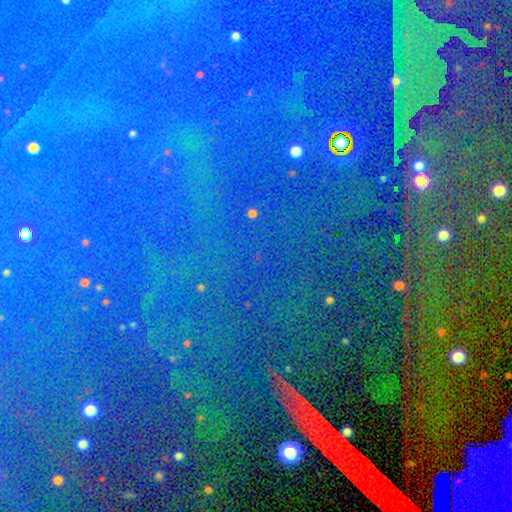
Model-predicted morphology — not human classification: smooth_or_featured: star or artifact (p=0.82) [alt: smooth p=0.10]